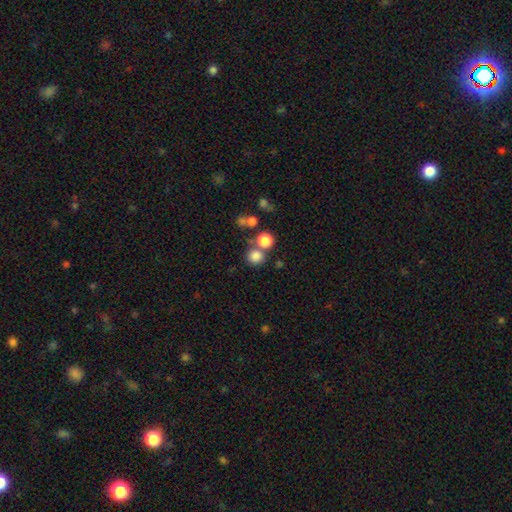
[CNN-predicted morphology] The model was most divided on "merging": none: 60%, merger: 28%, minor disturbance: 8%, major disturbance: 4%. More confident: how rounded — round (90%); smooth or featured — smooth (80%).